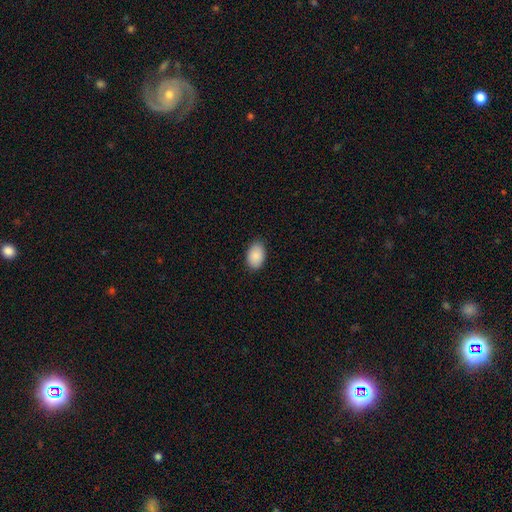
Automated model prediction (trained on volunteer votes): This appears to be a smooth galaxy with no disk features (90%) that is in between round and cigar-shaped (89%). Merging: none (87%).